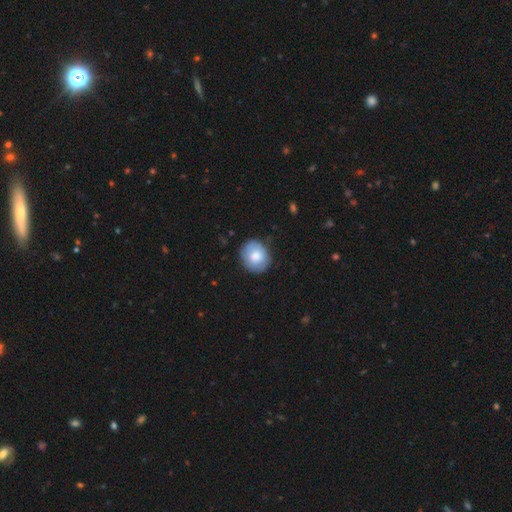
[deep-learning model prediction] Q: Smooth or featured?
A: smooth (76%); runner-up: featured or disk (17%)
Q: How rounded?
A: round (74%); runner-up: in between (25%)
Q: Merging?
A: none (82%); runner-up: minor disturbance (14%)